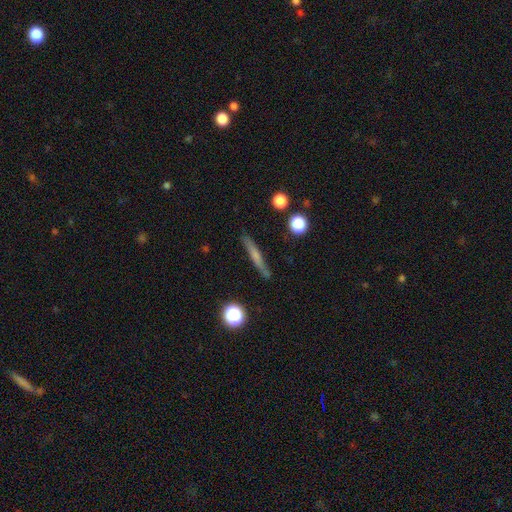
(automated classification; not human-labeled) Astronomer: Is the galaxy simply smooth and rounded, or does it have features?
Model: smooth — 50% (runner-up: featured or disk, 41%).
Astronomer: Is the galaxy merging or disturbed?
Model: none — 85%.